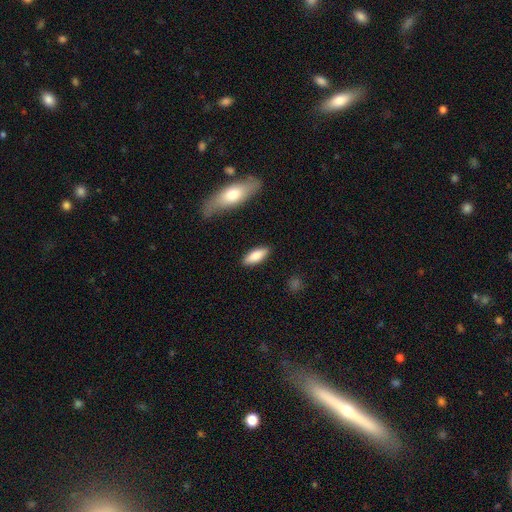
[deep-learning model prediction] Smooth or featured: smooth — 82% (featured or disk — 12%)
How rounded: in between — 71% (cigar-shaped — 27%)
Merging: none — 87% (minor disturbance — 9%)